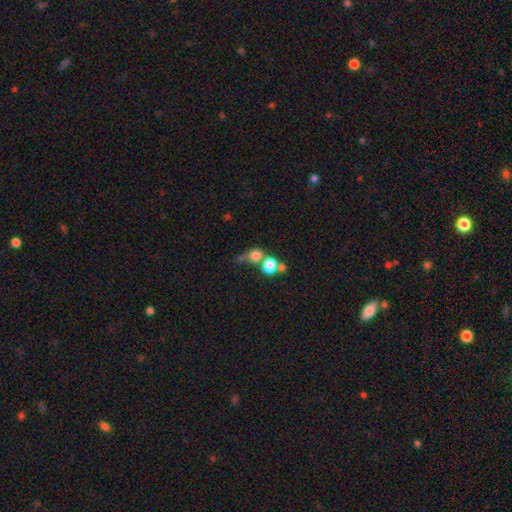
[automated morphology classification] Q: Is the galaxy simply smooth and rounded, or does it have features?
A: smooth — 73%.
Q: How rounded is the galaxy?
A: round — 81%.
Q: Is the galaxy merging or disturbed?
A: merger — 41%.